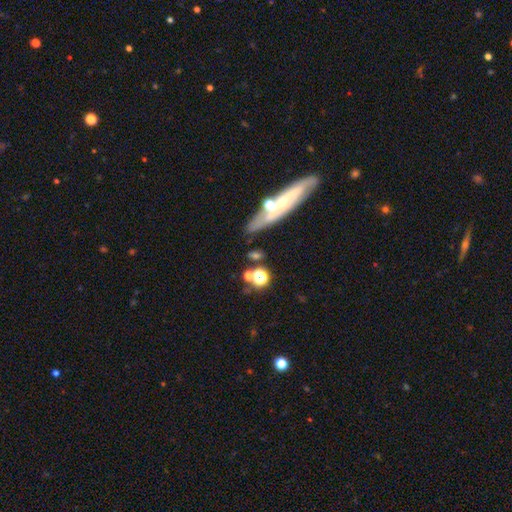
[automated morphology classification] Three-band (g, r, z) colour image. It shows a smooth galaxy with no disk features (55%) that is round (41%). Merging: none (64%).